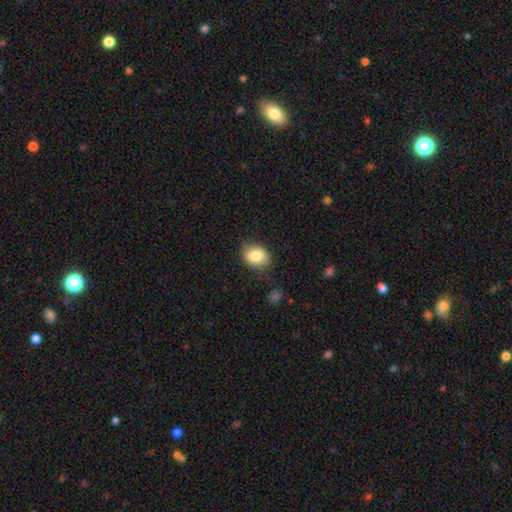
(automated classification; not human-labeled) A smooth galaxy with no disk features (84%) that is in between round and cigar-shaped (61%). Merging: none (78%).